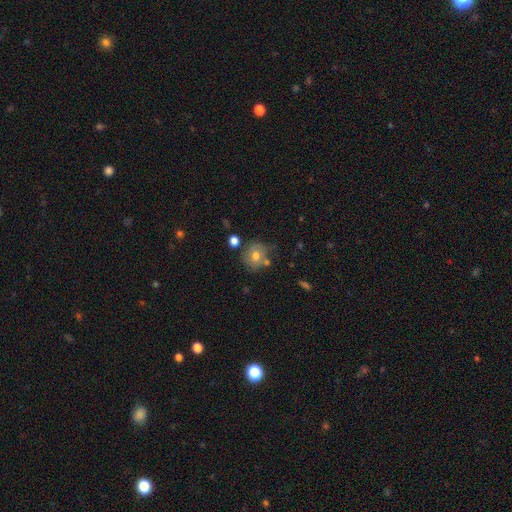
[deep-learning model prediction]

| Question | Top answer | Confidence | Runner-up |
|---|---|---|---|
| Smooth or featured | smooth | 65% | featured or disk (24%) |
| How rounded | round | 80% | in between (19%) |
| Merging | none | 62% | minor disturbance (19%) |